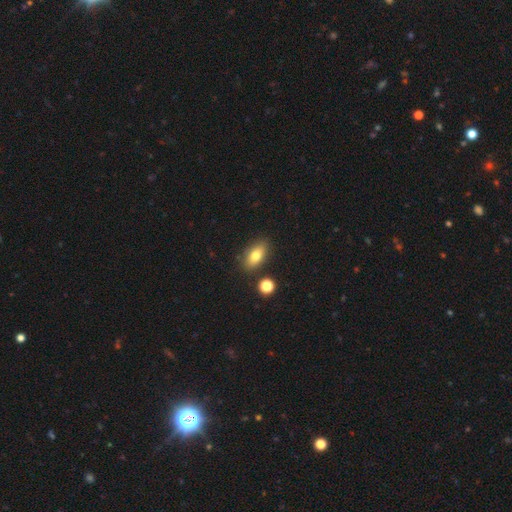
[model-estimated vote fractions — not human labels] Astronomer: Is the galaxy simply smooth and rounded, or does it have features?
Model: smooth — 76%.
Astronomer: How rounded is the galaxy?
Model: in between — 85%.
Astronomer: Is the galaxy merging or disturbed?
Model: none — 82%.